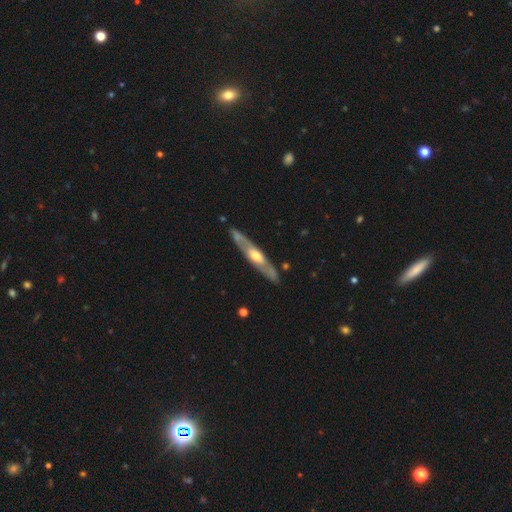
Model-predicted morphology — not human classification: smooth-or-featured: featured or disk: 71% | smooth: 25% | star or artifact: 4%
  disk-edge-on: yes: 68% | no: 32%
  merging: none: 84% | minor disturbance: 11% | major disturbance: 3% | merger: 2%